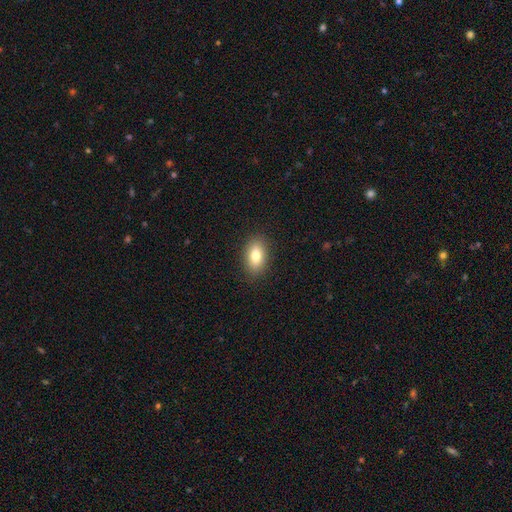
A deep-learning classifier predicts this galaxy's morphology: Smooth or featured: smooth — 80% (featured or disk — 11%)
How rounded: in between — 88% (round — 9%)
Merging: none — 88% (minor disturbance — 9%)